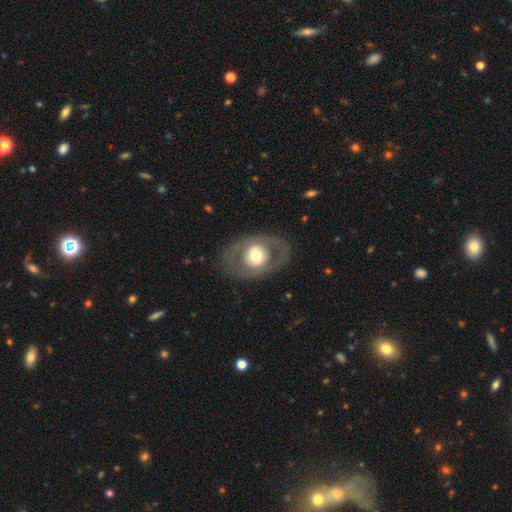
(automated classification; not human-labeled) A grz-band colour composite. It shows a featured or disk galaxy (53%). Merging: none (80%).